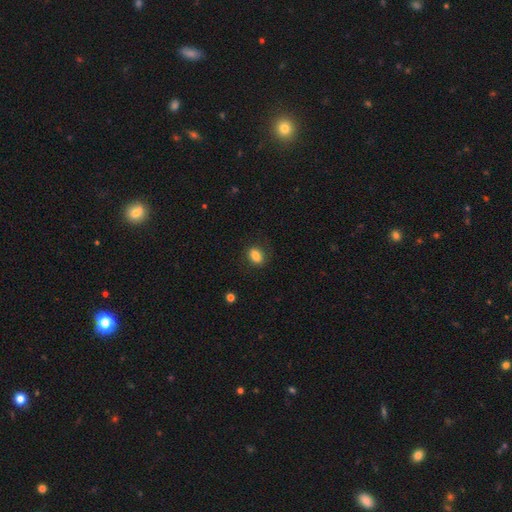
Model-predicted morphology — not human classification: type=smooth (82%); roundness=in between (73%); merging=none (83%).